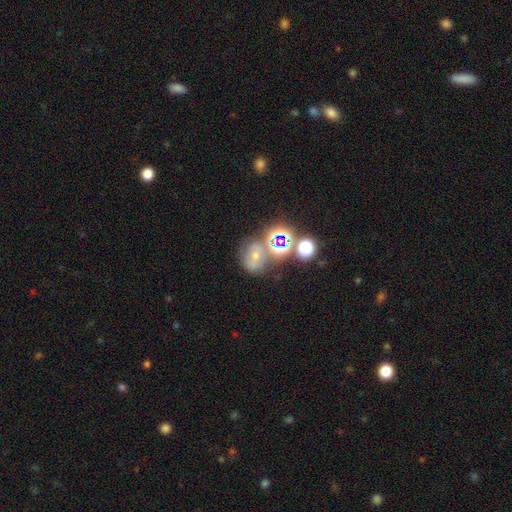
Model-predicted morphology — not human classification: Smooth or featured? Predicted: smooth (p=0.39). Merging? Predicted: none (p=0.49).